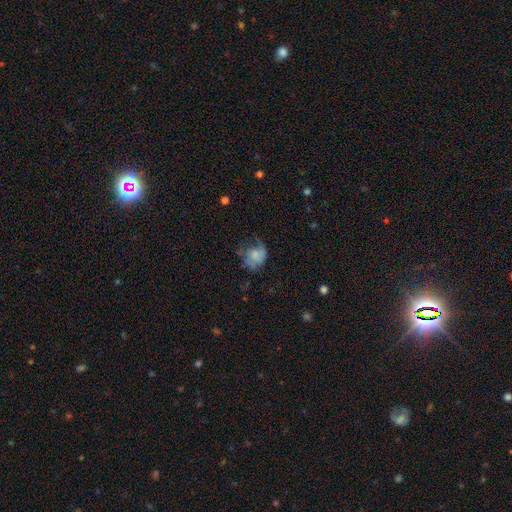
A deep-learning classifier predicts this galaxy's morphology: smooth-or-featured: smooth: 58% | featured or disk: 33% | star or artifact: 10%
  how-rounded: round: 53% | in between: 46% | cigar-shaped: 1%
  merging: none: 37% | major disturbance: 31% | minor disturbance: 29% | merger: 2%